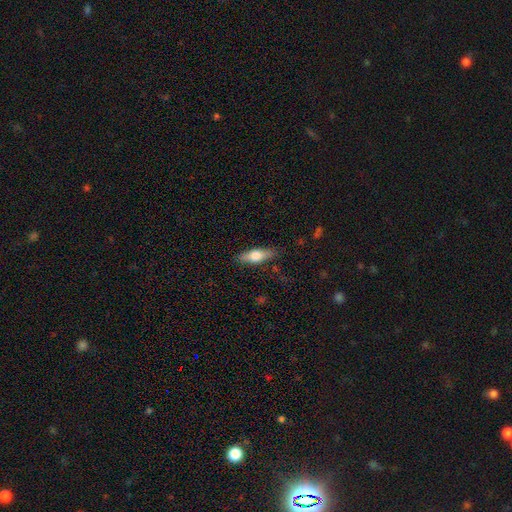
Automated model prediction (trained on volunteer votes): The model was most divided on "how rounded": in between: 59%, cigar-shaped: 37%, round: 3%. More confident: merging — none (83%); smooth or featured — smooth (63%).